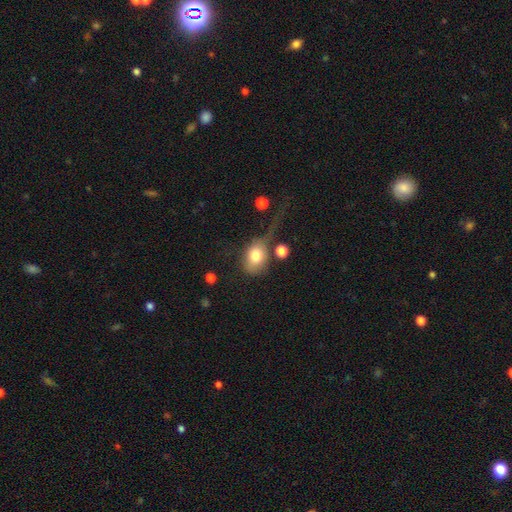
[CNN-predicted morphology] smooth_or_featured: smooth (p=0.76) [alt: featured or disk p=0.16]
how_rounded: in between (p=0.66) [alt: round p=0.33]
merging: major disturbance (p=0.35) [alt: none p=0.32]